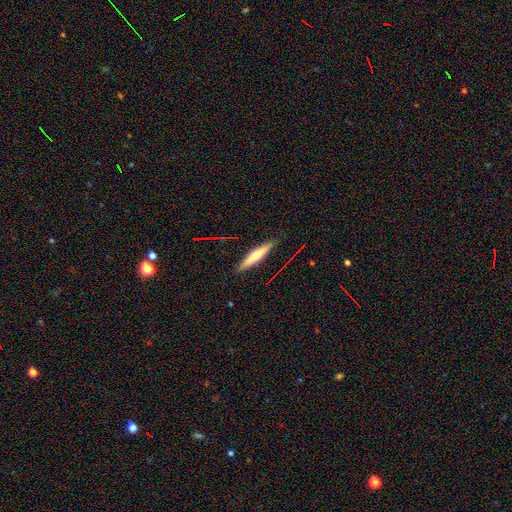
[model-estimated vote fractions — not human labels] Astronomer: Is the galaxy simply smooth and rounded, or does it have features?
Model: smooth — 51% (runner-up: featured or disk, 41%).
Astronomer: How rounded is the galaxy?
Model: cigar-shaped — 86%.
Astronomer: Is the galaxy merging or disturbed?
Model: none — 87%.